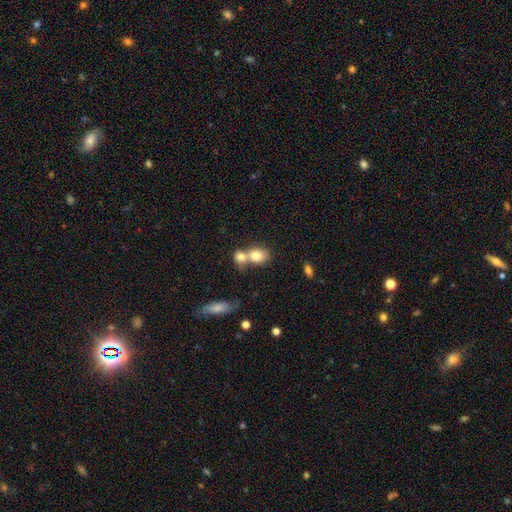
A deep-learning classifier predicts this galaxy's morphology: Smooth or featured: smooth — 78% (featured or disk — 13%)
How rounded: in between — 51% (round — 47%)
Merging: merger — 65% (none — 25%)